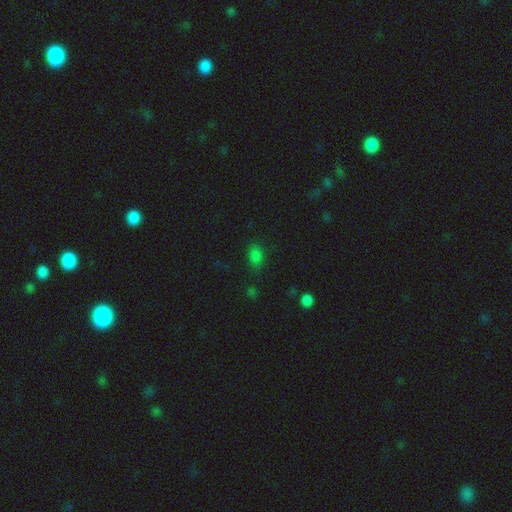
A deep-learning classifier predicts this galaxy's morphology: smooth 77%, star or artifact 18%, featured or disk 5%. Down the decision tree: how rounded — in between (78%); merging — none (74%).